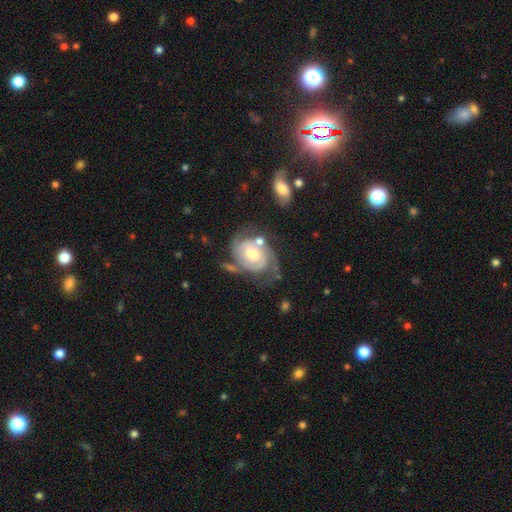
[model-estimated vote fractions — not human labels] A featured or disk galaxy (82%) with no bar (66%), 2 (64%) tight (57%) spiral arms (94%) and a moderate central bulge (56%).

Vote fractions:
- Smooth or featured? featured or disk: 82% / smooth: 12% / star or artifact: 5%
- Edge-on disk? no: 97% / yes: 3%
- Bar? no: 66% / weak: 28% / strong: 6%
- Spiral arms? yes: 94% / no: 6%
- Spiral winding? tight: 57% / medium: 33% / loose: 10%
- Spiral arm count? 2: 64% / can't tell: 16% / 3: 10% / 1: 5% / 4: 2% / more than 4: 2%
- Bulge size? moderate: 56% / small: 34% / large: 6% / none: 2% / dominant: 1%
- Merging? none: 48% / minor disturbance: 22% / major disturbance: 16% / merger: 14%